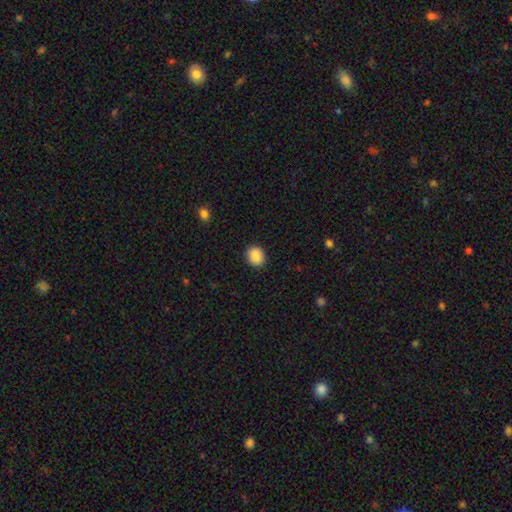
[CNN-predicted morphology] Q: Smooth or featured?
A: smooth (89%); runner-up: star or artifact (8%)
Q: How rounded?
A: round (71%); runner-up: in between (29%)
Q: Merging?
A: none (91%); runner-up: minor disturbance (6%)